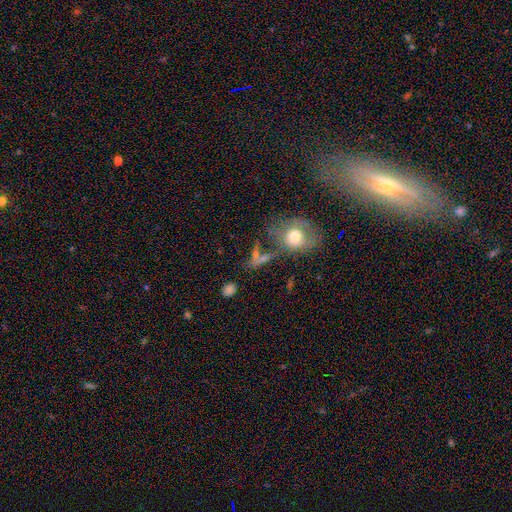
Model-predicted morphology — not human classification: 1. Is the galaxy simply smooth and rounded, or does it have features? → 54% smooth, 29% featured or disk, 17% star or artifact.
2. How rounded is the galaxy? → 44% in between, 32% round, 23% cigar-shaped.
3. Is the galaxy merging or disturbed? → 50% none, 22% merger, 16% minor disturbance, 12% major disturbance.